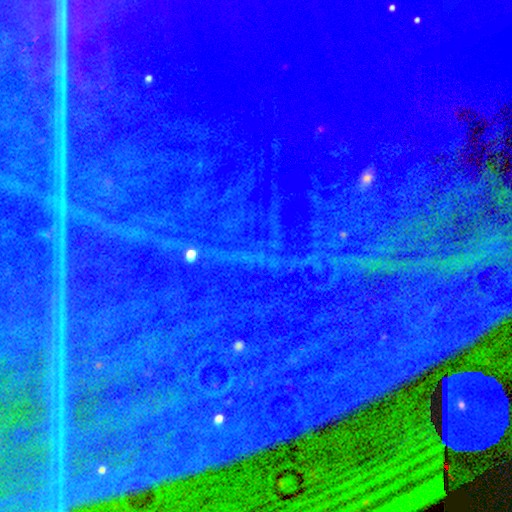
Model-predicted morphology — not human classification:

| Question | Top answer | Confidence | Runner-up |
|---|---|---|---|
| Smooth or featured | star or artifact | 89% | featured or disk (6%) |